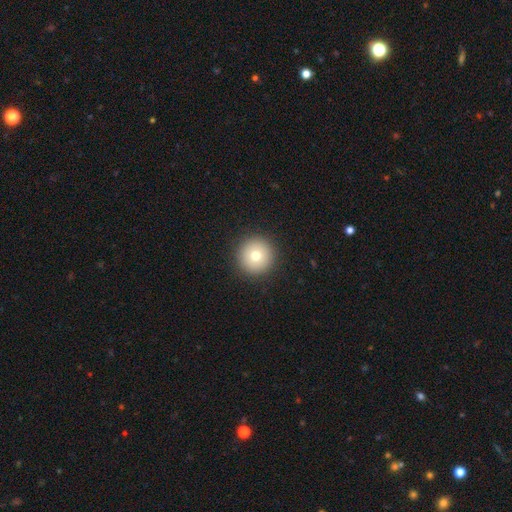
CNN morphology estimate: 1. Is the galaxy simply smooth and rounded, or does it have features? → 74% smooth, 14% featured or disk, 12% star or artifact.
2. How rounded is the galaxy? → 96% round, 3% in between, 1% cigar-shaped.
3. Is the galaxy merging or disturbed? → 93% none, 4% minor disturbance, 2% major disturbance, 1% merger.